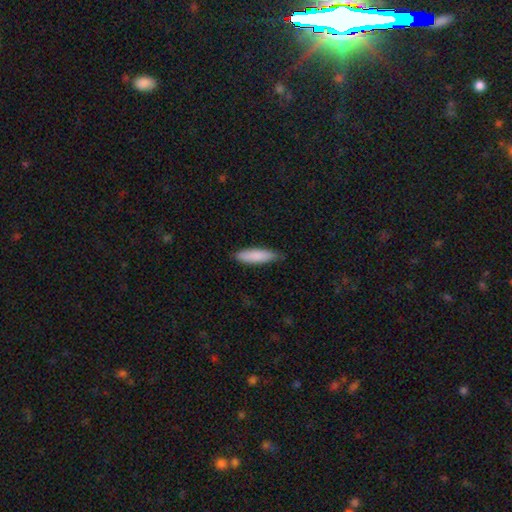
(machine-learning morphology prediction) This appears to be a smooth galaxy with no disk features (86%) that is cigar-shaped (65%). Merging: none (81%).